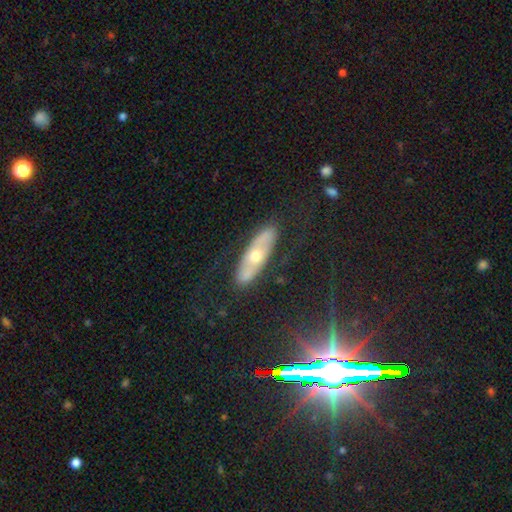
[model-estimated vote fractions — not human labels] Smooth or featured: featured or disk — 54% (smooth — 36%)
Edge-on disk: no — 56% (yes — 44%)
Merging: none — 83% (minor disturbance — 11%)